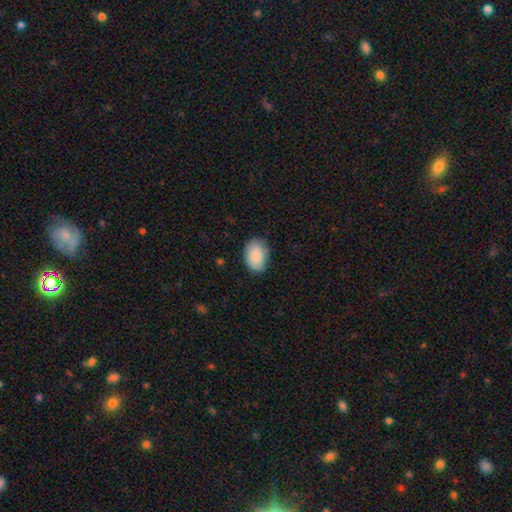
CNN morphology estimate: smooth 87%, featured or disk 6%, star or artifact 6%. Down the decision tree: how rounded — in between (85%); merging — none (77%).